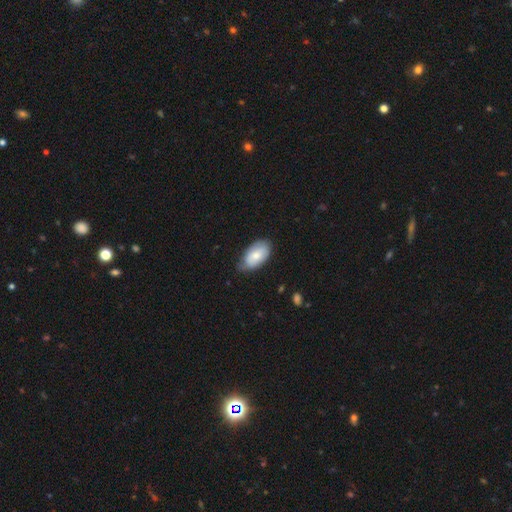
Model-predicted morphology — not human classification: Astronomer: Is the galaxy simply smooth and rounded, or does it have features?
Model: smooth — 74%.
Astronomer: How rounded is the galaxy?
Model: in between — 94%.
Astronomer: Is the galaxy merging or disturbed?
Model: none — 64%.